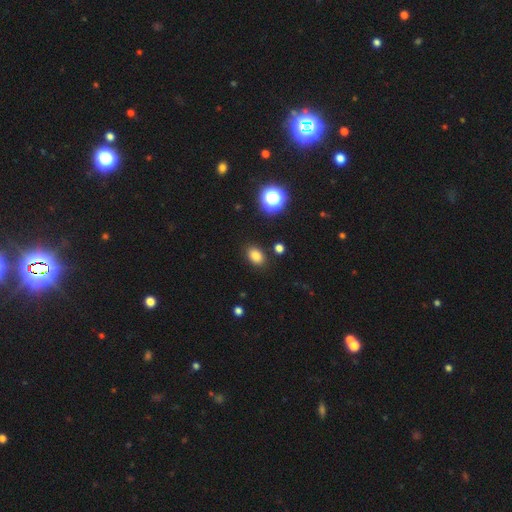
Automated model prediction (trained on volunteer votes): Morphology: type=smooth (81%); roundness=in between (77%); merging=none (87%).